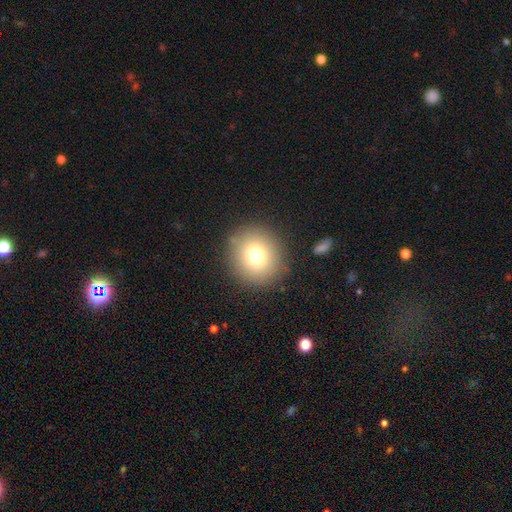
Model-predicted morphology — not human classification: Smooth or featured: smooth — 75% (star or artifact — 13%)
How rounded: round — 90% (in between — 9%)
Merging: none — 88% (minor disturbance — 7%)